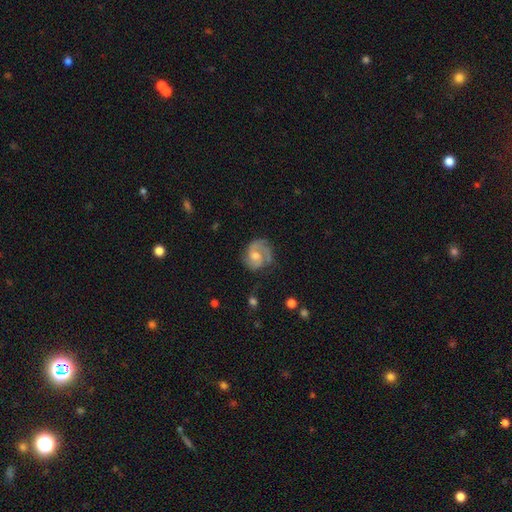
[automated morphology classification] A featured or disk galaxy (76%) with no bar (65%), 2 (61%) tight (43%) spiral arms (93%) and a moderate central bulge (60%).

Vote fractions:
- Smooth or featured? featured or disk: 76% / smooth: 17% / star or artifact: 7%
- Edge-on disk? no: 98% / yes: 2%
- Bar? no: 65% / weak: 30% / strong: 5%
- Spiral arms? yes: 93% / no: 7%
- Spiral winding? tight: 43% / medium: 42% / loose: 15%
- Spiral arm count? 2: 61% / 1: 14% / can't tell: 13% / 3: 9% / 4: 2% / more than 4: 2%
- Bulge size? moderate: 60% / small: 32% / large: 4% / none: 3% / dominant: 1%
- Merging? none: 64% / minor disturbance: 22% / major disturbance: 12% / merger: 2%